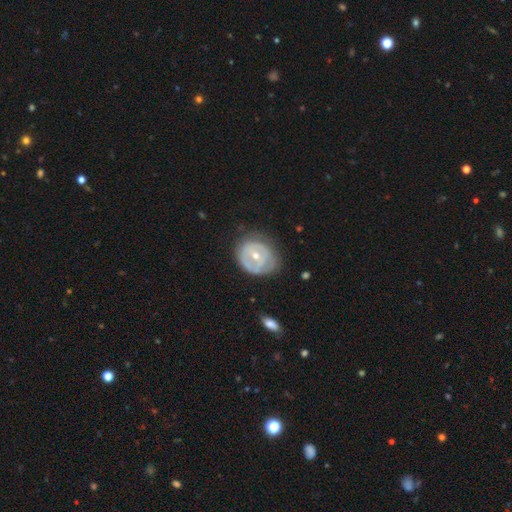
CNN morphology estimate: This is likely a featured or disk galaxy (63%). It is clearly not viewed edge-on (96%). Bar: possibly no (57%). Spiral arm pattern: possibly no (57%). Central bulge: possibly moderate (50%). Merging: possibly none (54%).